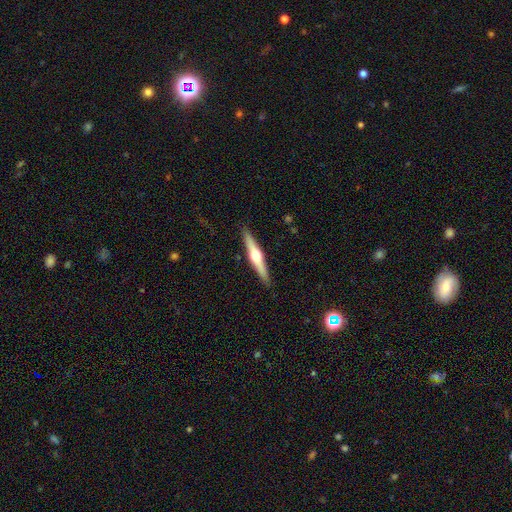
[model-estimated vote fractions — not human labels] Overall: featured or disk (67%; smooth 28%). Edge-on disk: yes (98%). Edge-on bulge: rounded (94%). Merging: none (90%).